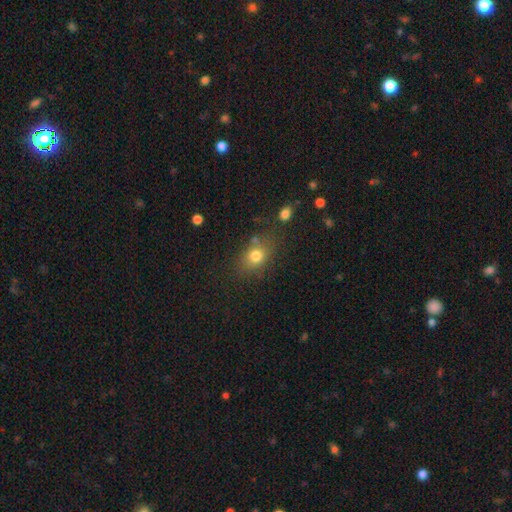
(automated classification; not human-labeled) Smooth or featured? Predicted: smooth (p=0.78). How rounded? Predicted: in between (p=0.55). Merging? Predicted: none (p=0.69).